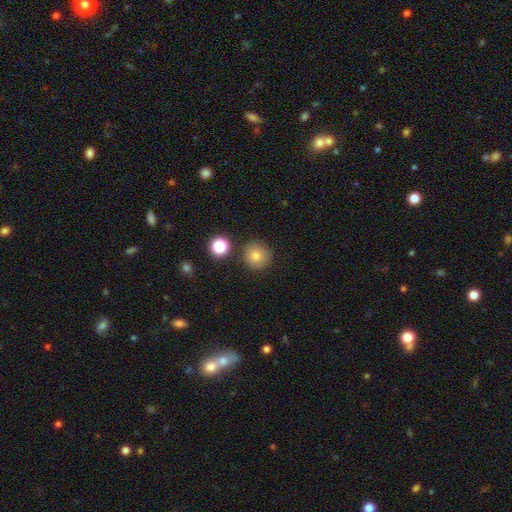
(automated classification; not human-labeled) A smooth galaxy with no disk features (80%) that is round (94%).

Vote fractions:
- Smooth or featured? smooth: 80% / star or artifact: 12% / featured or disk: 8%
- How rounded? round: 94% / in between: 5% / cigar-shaped: 1%
- Merging? none: 84% / minor disturbance: 8% / merger: 6% / major disturbance: 2%